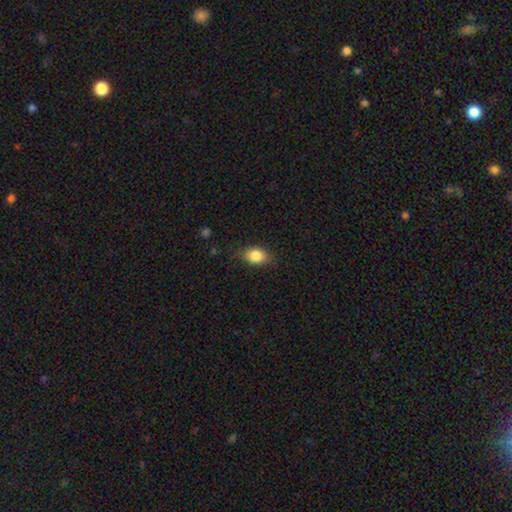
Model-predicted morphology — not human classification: Smooth or featured: smooth — 83% (star or artifact — 8%)
How rounded: in between — 75% (round — 23%)
Merging: none — 80% (minor disturbance — 15%)